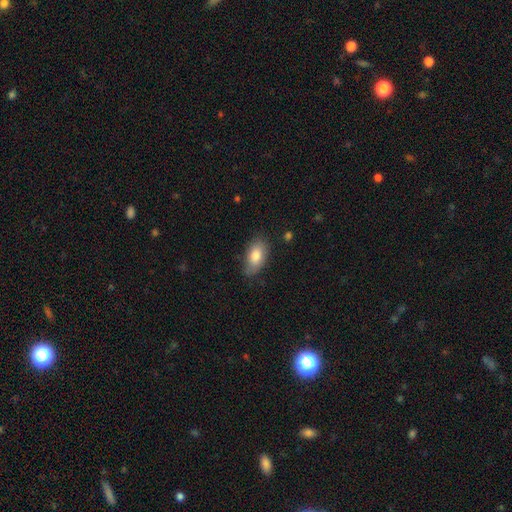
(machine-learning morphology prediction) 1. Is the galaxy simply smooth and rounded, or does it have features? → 82% smooth, 11% featured or disk, 7% star or artifact.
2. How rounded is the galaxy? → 92% in between, 5% round, 3% cigar-shaped.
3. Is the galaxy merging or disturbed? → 74% none, 21% minor disturbance, 4% major disturbance, 1% merger.